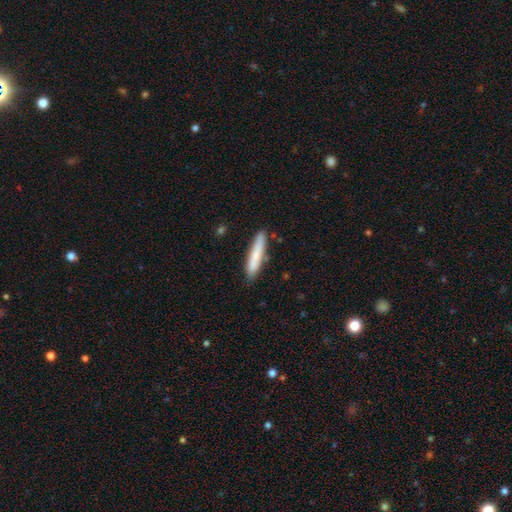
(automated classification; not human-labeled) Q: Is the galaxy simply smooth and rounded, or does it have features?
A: smooth — 76%.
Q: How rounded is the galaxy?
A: cigar-shaped — 90%.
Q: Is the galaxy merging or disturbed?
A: none — 83%.